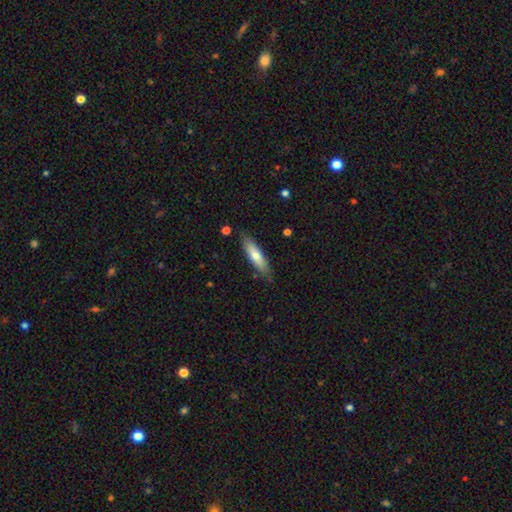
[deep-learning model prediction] smooth_or_featured: smooth (p=0.67) [alt: featured or disk p=0.27]
how_rounded: cigar-shaped (p=0.68) [alt: in between p=0.31]
merging: none (p=0.84) [alt: minor disturbance p=0.12]